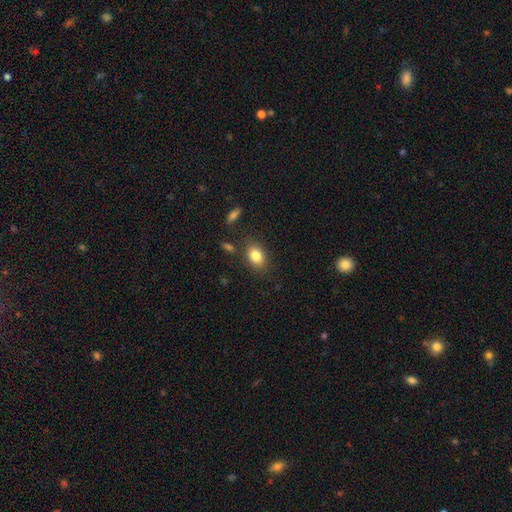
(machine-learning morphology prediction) Smooth or featured? smooth (82%)
How rounded? in between (77%)
Merging? none (81%)